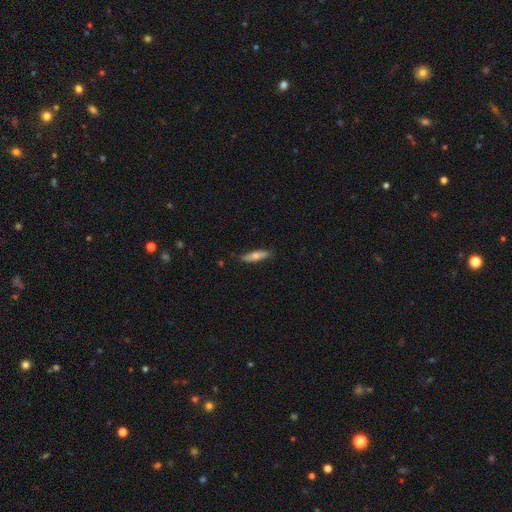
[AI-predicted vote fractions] A smooth galaxy with no disk features (55%) that is cigar-shaped (77%).

Vote fractions:
- Smooth or featured? smooth: 55% / featured or disk: 39% / star or artifact: 6%
- How rounded? cigar-shaped: 77% / in between: 21% / round: 2%
- Merging? none: 83% / minor disturbance: 14% / major disturbance: 2% / merger: 1%